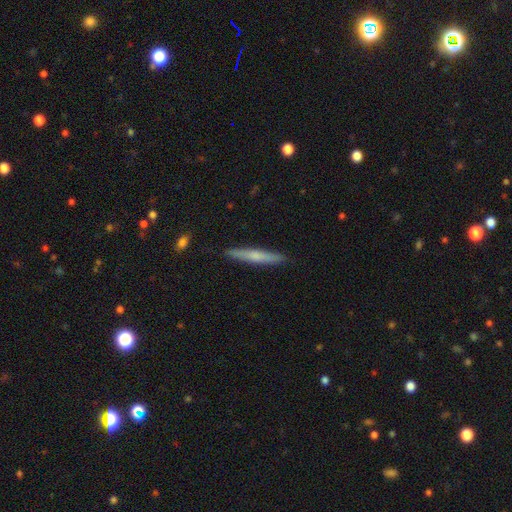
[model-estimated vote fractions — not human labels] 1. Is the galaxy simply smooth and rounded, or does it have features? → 55% smooth, 40% featured or disk, 6% star or artifact.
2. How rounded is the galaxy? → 95% cigar-shaped, 4% in between, 1% round.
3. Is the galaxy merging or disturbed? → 91% none, 7% minor disturbance, 1% major disturbance, 1% merger.